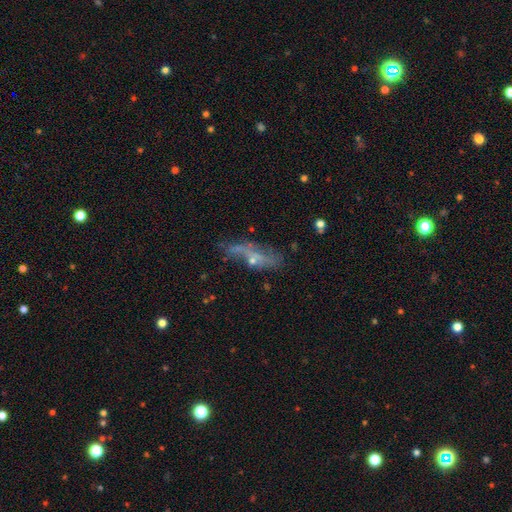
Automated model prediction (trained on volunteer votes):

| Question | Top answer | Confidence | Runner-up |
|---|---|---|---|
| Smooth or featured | featured or disk | 52% | smooth (32%) |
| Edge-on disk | no | 62% | yes (38%) |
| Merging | none | 56% | minor disturbance (23%) |